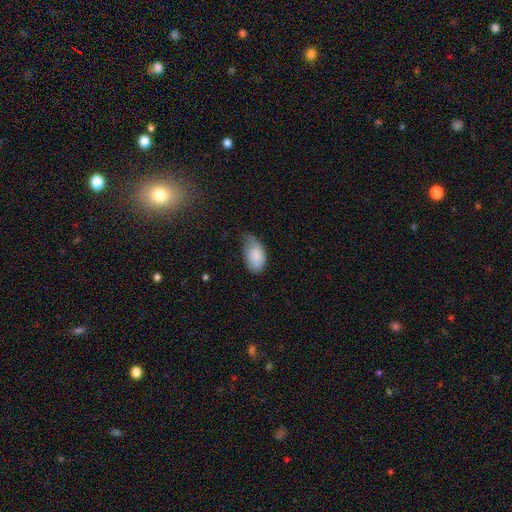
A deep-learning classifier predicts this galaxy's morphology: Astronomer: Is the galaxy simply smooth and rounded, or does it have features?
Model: smooth — 86%.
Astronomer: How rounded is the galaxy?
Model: in between — 94%.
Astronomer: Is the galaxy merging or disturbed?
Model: minor disturbance — 45% (runner-up: none, 44%).